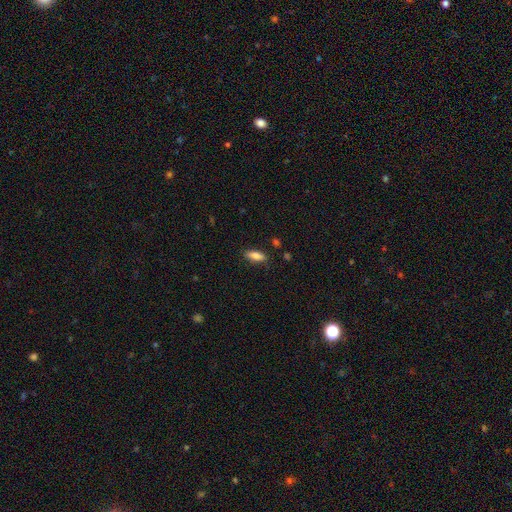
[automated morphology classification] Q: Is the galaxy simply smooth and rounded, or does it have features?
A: smooth — 81%.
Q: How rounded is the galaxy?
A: in between — 68%.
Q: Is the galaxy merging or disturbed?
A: none — 84%.